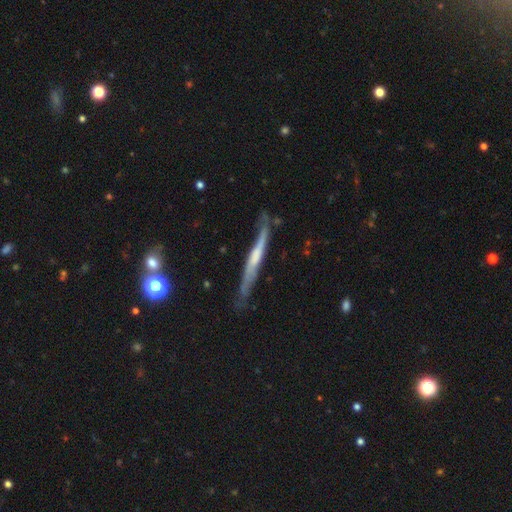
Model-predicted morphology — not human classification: A featured or disk galaxy (60%) viewed edge-on (88%) with no central bulge (53%).

Vote fractions:
- Smooth or featured? featured or disk: 60% / smooth: 34% / star or artifact: 6%
- Edge-on disk? yes: 88% / no: 12%
- Edge-on bulge? none: 53% / rounded: 30% / boxy: 18%
- Merging? none: 64% / minor disturbance: 26% / major disturbance: 7% / merger: 4%